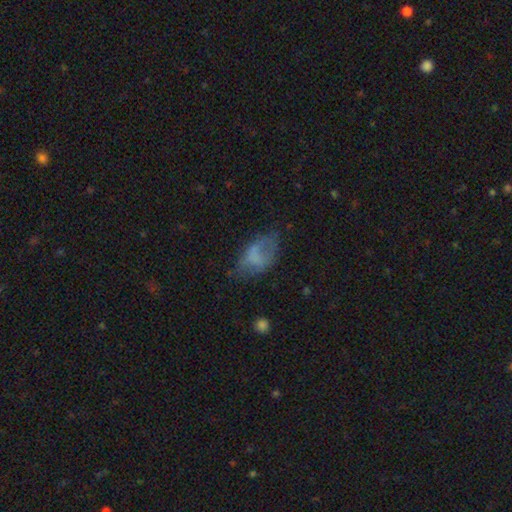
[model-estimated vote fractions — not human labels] Smooth or featured: smooth — 57% (featured or disk — 31%)
How rounded: in between — 90% (round — 6%)
Merging: none — 39% (minor disturbance — 30%)